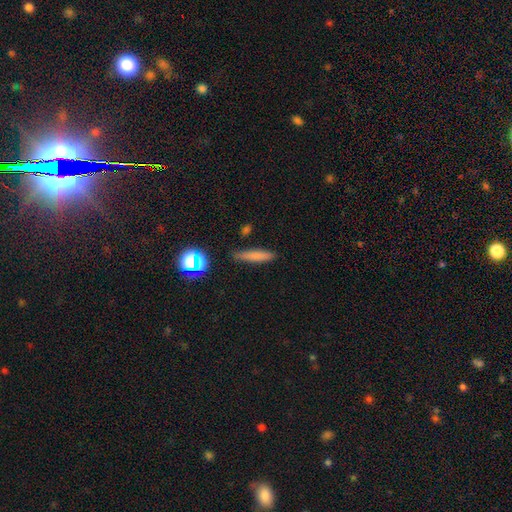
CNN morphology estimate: A smooth galaxy with no disk features (74%) that is cigar-shaped (86%). Merging: none (81%).